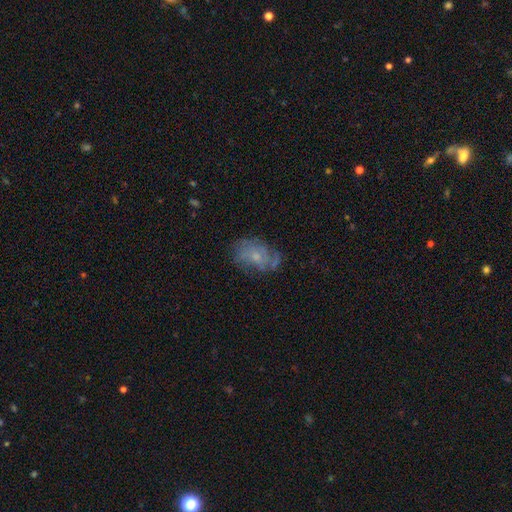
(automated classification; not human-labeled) Smooth or featured? Predicted: featured or disk (p=0.59). Edge-on disk? Predicted: no (p=0.97). Bar? Predicted: no (p=0.80). Spiral arms? Predicted: yes (p=0.72). Bulge size? Predicted: small (p=0.59). Merging? Predicted: none (p=0.62).